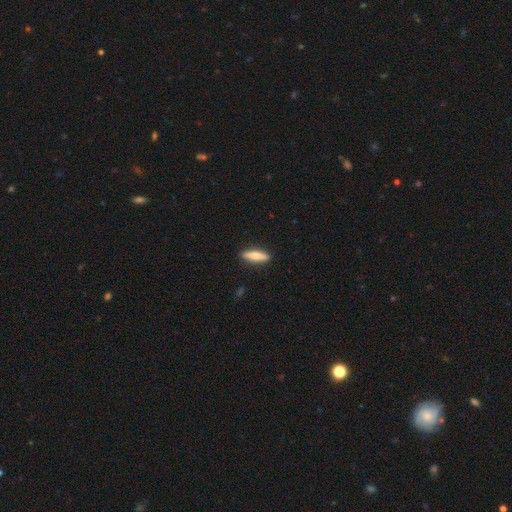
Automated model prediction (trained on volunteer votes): Overall: smooth (64%; featured or disk 30%). How rounded: cigar-shaped (75%). Merging: none (90%).